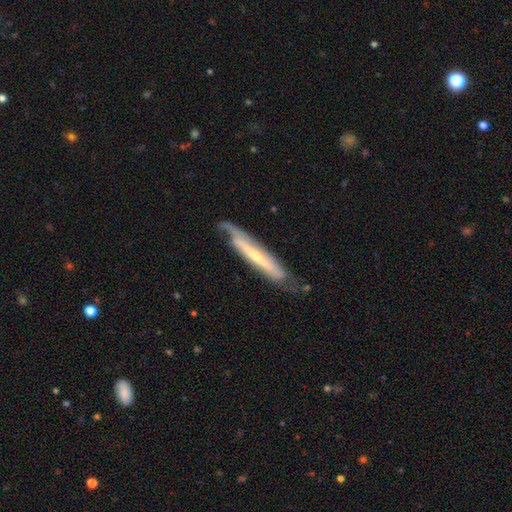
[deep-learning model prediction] Overall: featured or disk (71%). Edge-on disk: yes (62%; no 38%). Merging: none (61%; minor disturbance 25%).